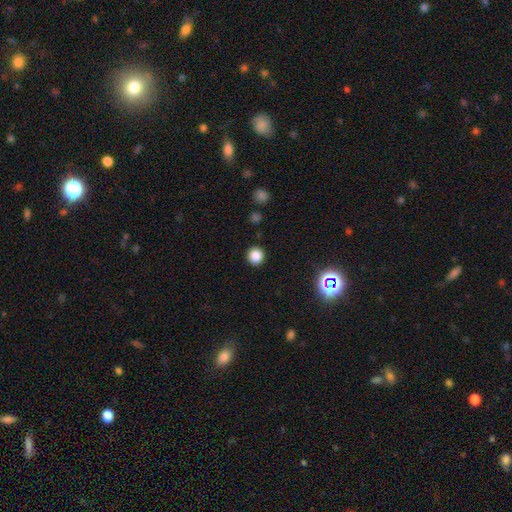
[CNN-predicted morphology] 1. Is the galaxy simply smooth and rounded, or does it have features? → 83% smooth, 13% star or artifact, 4% featured or disk.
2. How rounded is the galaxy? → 94% round, 5% in between, 1% cigar-shaped.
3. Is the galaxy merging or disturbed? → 92% none, 5% minor disturbance, 2% major disturbance, 1% merger.